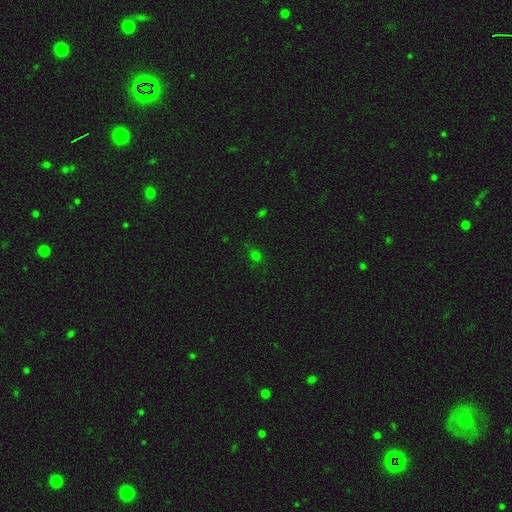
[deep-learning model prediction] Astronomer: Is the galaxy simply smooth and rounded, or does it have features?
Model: smooth — 65%.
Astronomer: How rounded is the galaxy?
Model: round — 60% (runner-up: in between, 38%).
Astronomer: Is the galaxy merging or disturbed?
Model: none — 78%.